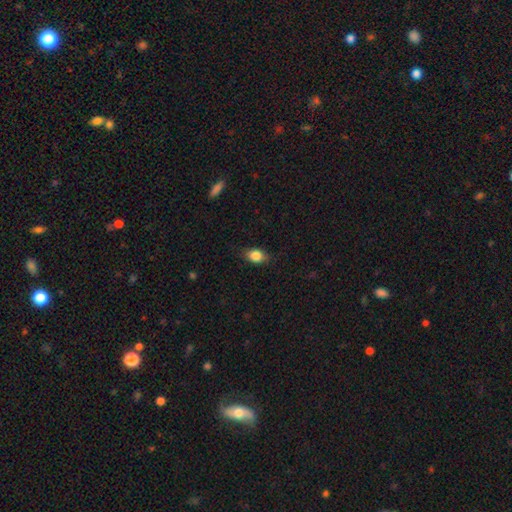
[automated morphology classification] smooth 83%, star or artifact 8%, featured or disk 8%. Down the decision tree: how rounded — in between (75%); merging — none (81%).